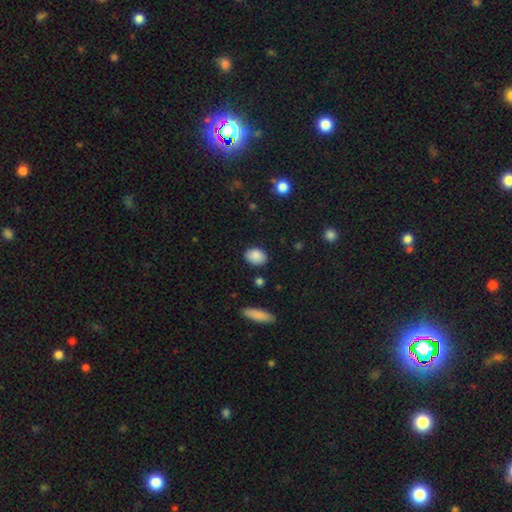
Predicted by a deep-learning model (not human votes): The model was most divided on "how rounded": in between: 73%, round: 26%, cigar-shaped: 1%. More confident: smooth or featured — smooth (86%); merging — none (83%).